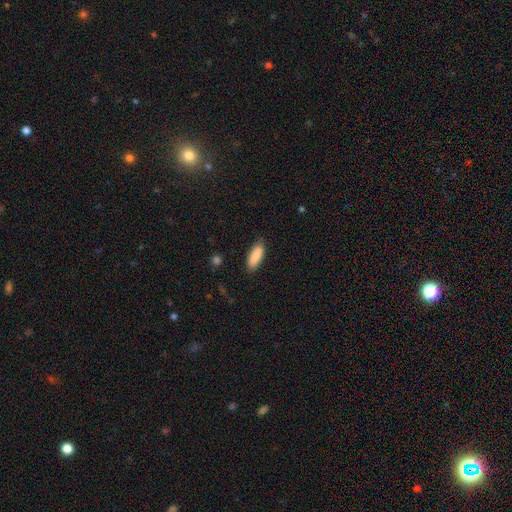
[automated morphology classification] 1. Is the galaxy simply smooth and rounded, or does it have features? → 89% smooth, 6% star or artifact, 5% featured or disk.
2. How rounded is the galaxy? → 69% in between, 30% cigar-shaped, 2% round.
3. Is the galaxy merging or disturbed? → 85% none, 12% minor disturbance, 2% major disturbance, 1% merger.